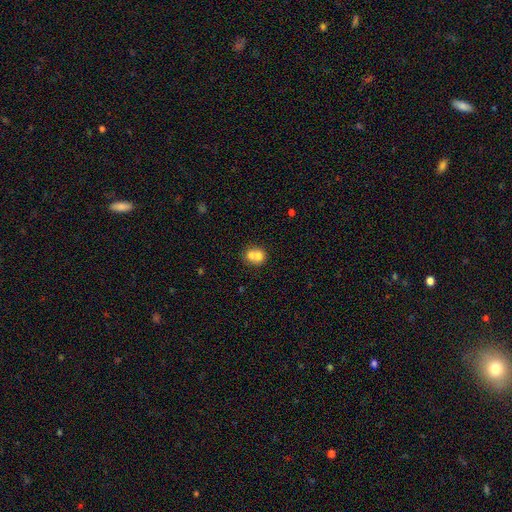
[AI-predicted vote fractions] A smooth galaxy with no disk features (68%) that is round (72%).

Vote fractions:
- Smooth or featured? smooth: 68% / featured or disk: 22% / star or artifact: 10%
- How rounded? round: 72% / in between: 27% / cigar-shaped: 1%
- Merging? merger: 64% / none: 27% / minor disturbance: 6% / major disturbance: 3%